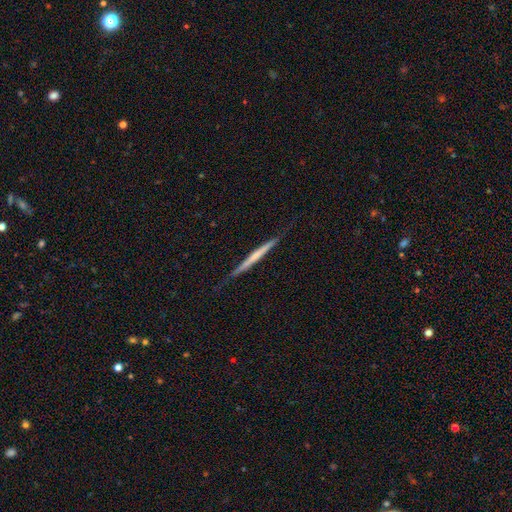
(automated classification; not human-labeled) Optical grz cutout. It shows a featured or disk galaxy (58%) viewed edge-on (97%) with no central bulge (75%). Merging: none (80%).